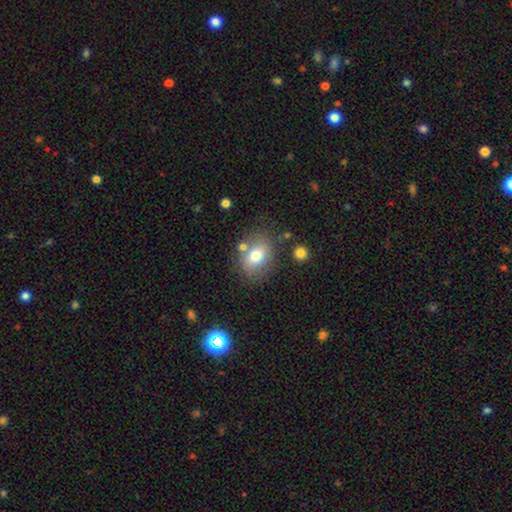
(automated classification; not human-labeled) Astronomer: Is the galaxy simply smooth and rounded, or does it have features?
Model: smooth — 71%.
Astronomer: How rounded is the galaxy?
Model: in between — 61% (runner-up: round, 38%).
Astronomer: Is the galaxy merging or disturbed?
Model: none — 69%.